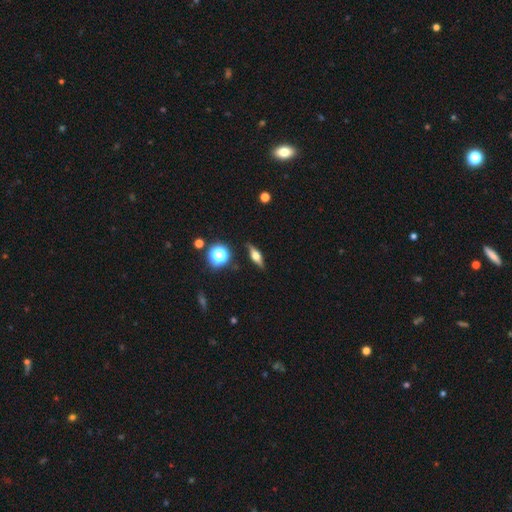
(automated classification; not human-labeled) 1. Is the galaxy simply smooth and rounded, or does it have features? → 58% featured or disk, 32% smooth, 10% star or artifact.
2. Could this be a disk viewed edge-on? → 92% yes, 8% no.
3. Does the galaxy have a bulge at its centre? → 93% rounded, 6% boxy, 2% none.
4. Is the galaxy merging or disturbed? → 85% none, 10% minor disturbance, 3% major disturbance, 2% merger.